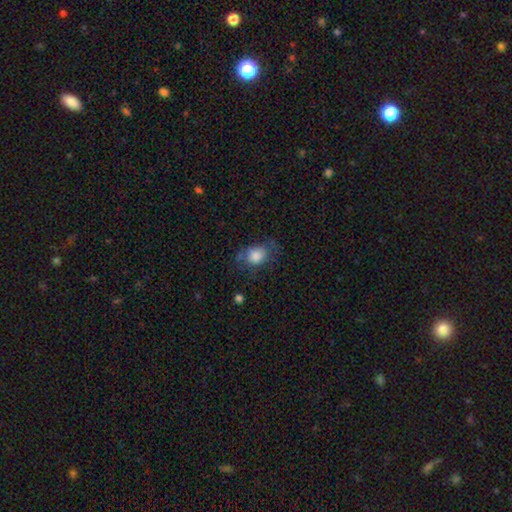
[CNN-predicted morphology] Q: Smooth or featured?
A: smooth (78%); runner-up: featured or disk (12%)
Q: How rounded?
A: in between (63%); runner-up: round (36%)
Q: Merging?
A: none (52%); runner-up: minor disturbance (28%)